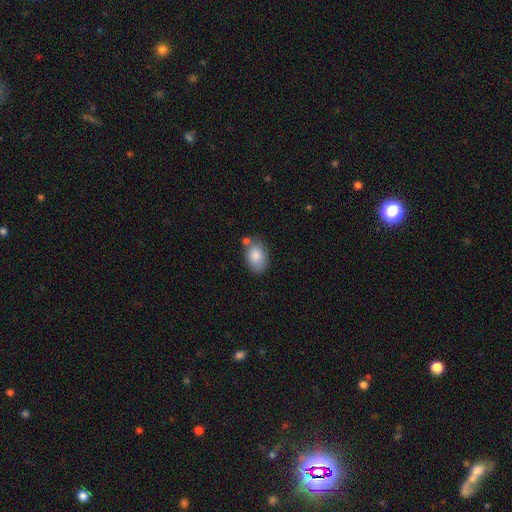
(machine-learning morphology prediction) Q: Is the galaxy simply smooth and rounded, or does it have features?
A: smooth — 85%.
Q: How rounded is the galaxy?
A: in between — 82%.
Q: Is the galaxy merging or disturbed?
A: none — 66%.